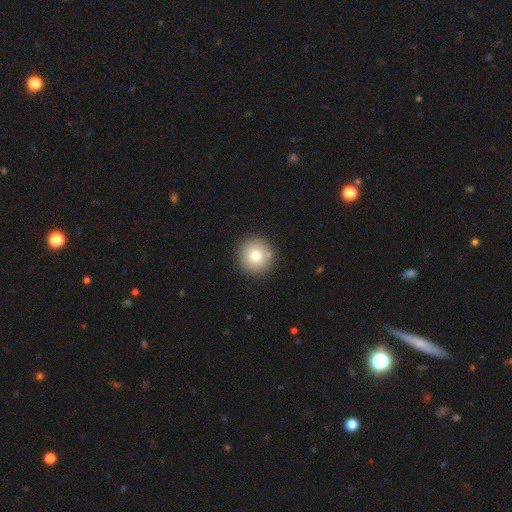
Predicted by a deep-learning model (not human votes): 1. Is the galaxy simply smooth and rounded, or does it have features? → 75% smooth, 13% featured or disk, 11% star or artifact.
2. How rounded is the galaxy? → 95% round, 4% in between, 1% cigar-shaped.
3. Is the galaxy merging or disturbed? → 89% none, 7% minor disturbance, 3% merger, 2% major disturbance.